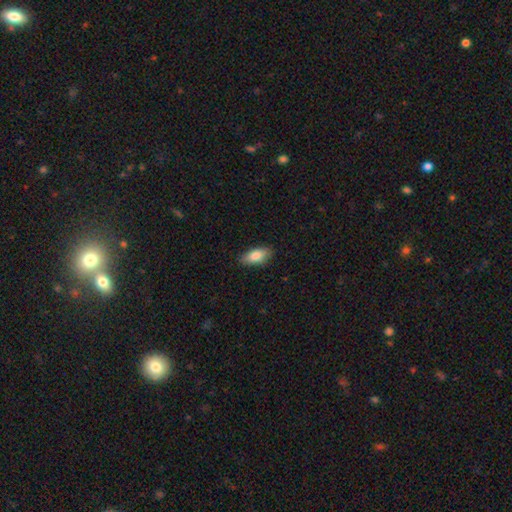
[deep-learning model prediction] This appears to be a smooth galaxy with no disk features (83%) that is in between round and cigar-shaped (87%). Merging: none (86%).